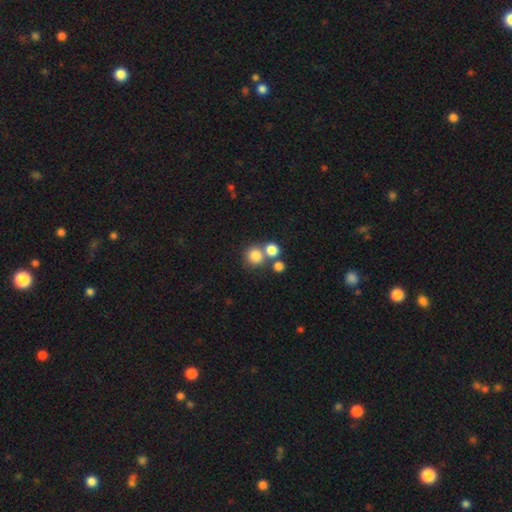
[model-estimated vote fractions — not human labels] A smooth galaxy with no disk features (79%) that is round (87%). Merging: none (54%).